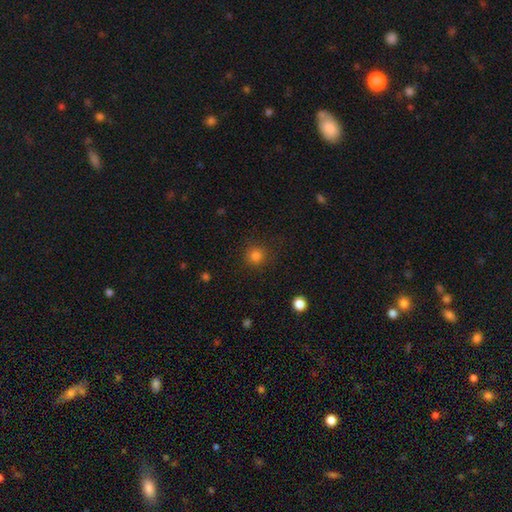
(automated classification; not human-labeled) Overall: smooth (82%). How rounded: round (92%). Merging: none (87%).